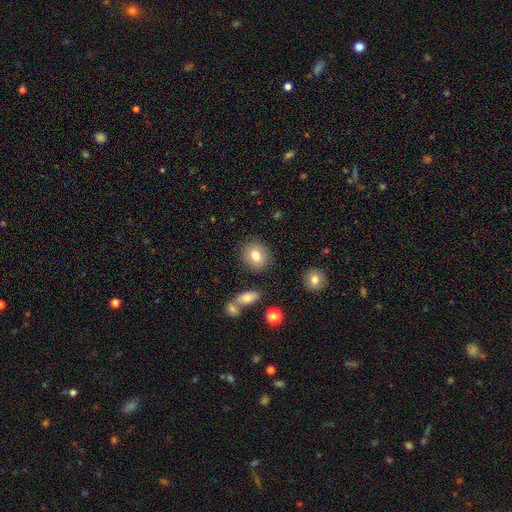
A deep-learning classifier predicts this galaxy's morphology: The model was most divided on "how rounded": round: 80%, in between: 19%, cigar-shaped: 1%. More confident: merging — none (86%); smooth or featured — smooth (79%).